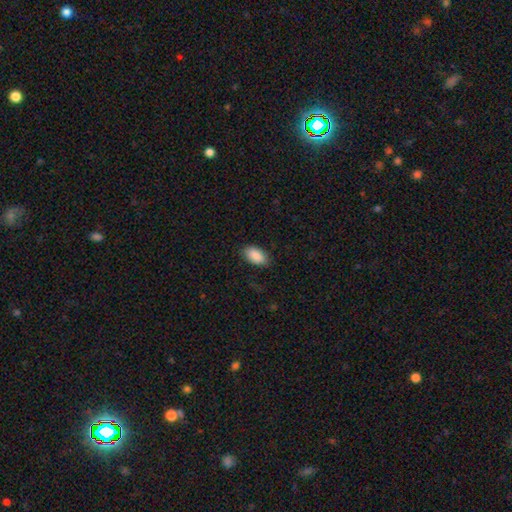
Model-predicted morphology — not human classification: smooth_or_featured: smooth (p=0.89) [alt: star or artifact p=0.07]
how_rounded: in between (p=0.94) [alt: round p=0.03]
merging: none (p=0.83) [alt: minor disturbance p=0.13]